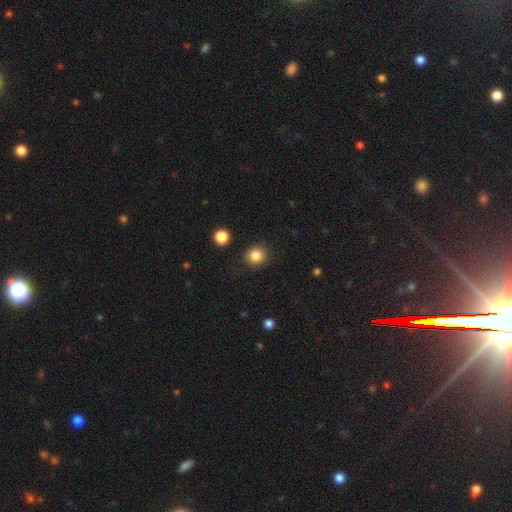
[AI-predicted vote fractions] Smooth or featured?
  - smooth: 85% *
  - star or artifact: 11%
  - featured or disk: 5%
How rounded?
  - round: 87% *
  - in between: 12%
  - cigar-shaped: 1%
Merging?
  - none: 90% *
  - minor disturbance: 6%
  - major disturbance: 2%
  - merger: 2%